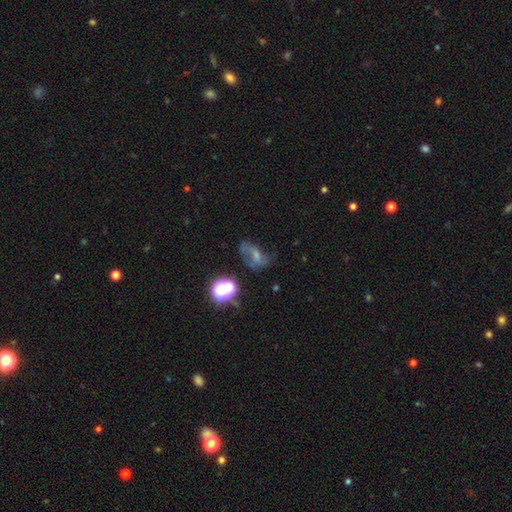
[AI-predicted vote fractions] smooth_or_featured: featured or disk (p=0.45) [alt: smooth p=0.34]
merging: none (p=0.43) [alt: major disturbance p=0.28]